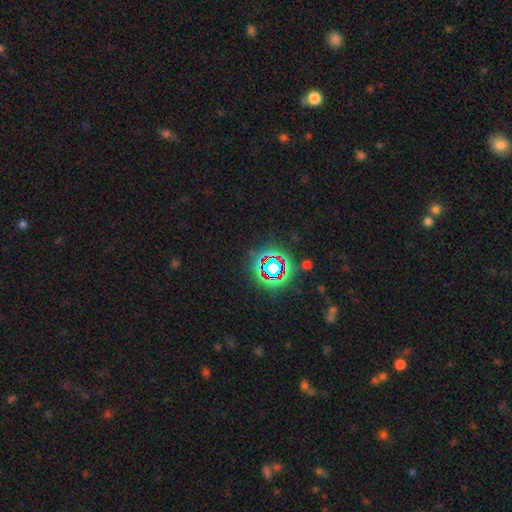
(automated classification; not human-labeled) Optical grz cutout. It shows a star or artifact, not a galaxy (64%).